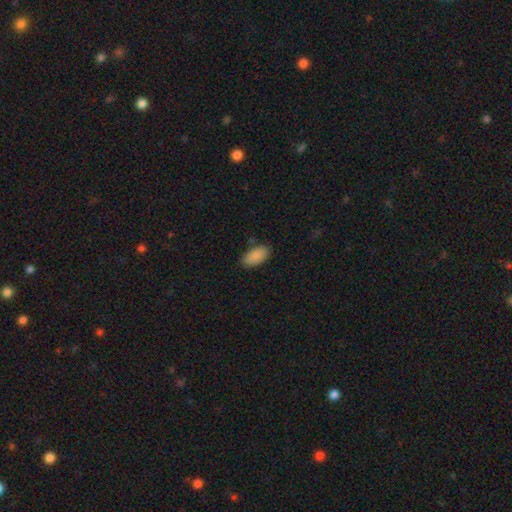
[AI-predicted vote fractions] smooth 89%, star or artifact 7%, featured or disk 5%. Down the decision tree: how rounded — in between (94%); merging — none (83%).